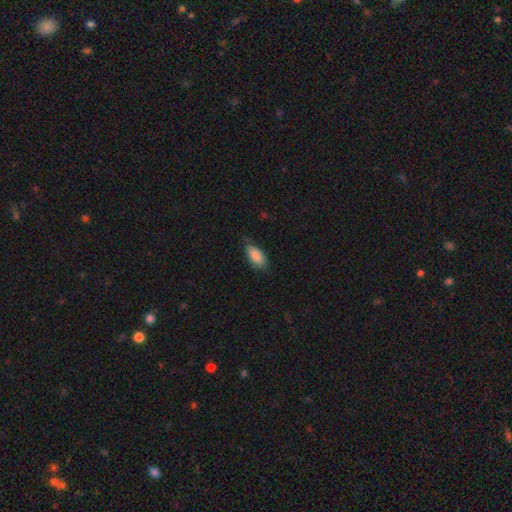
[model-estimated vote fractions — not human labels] The model was most divided on "merging": none: 67%, minor disturbance: 27%, major disturbance: 5%, merger: 1%. More confident: how rounded — in between (90%); smooth or featured — smooth (86%).